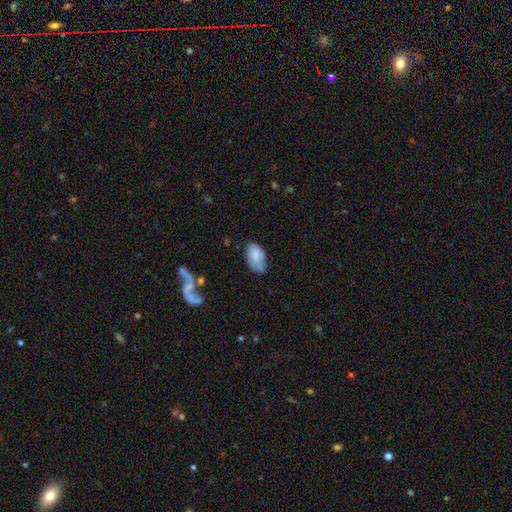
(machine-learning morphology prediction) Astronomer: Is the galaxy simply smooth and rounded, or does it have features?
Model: smooth — 68%.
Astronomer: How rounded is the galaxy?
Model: in between — 93%.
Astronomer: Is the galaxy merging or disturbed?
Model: none — 55% (runner-up: minor disturbance, 32%).